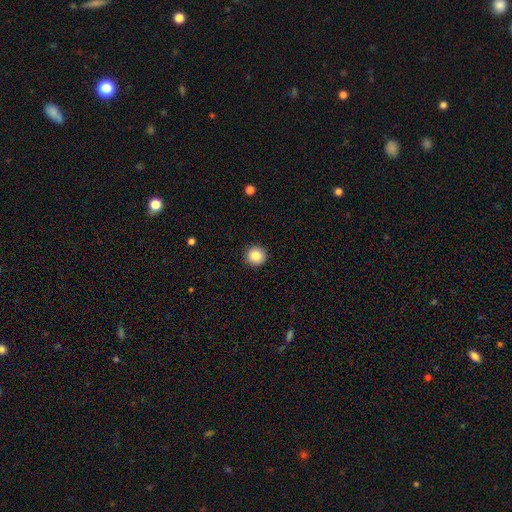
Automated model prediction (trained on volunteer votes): Smooth or featured: smooth — 87% (star or artifact — 9%)
How rounded: round — 95% (in between — 4%)
Merging: none — 92% (minor disturbance — 5%)